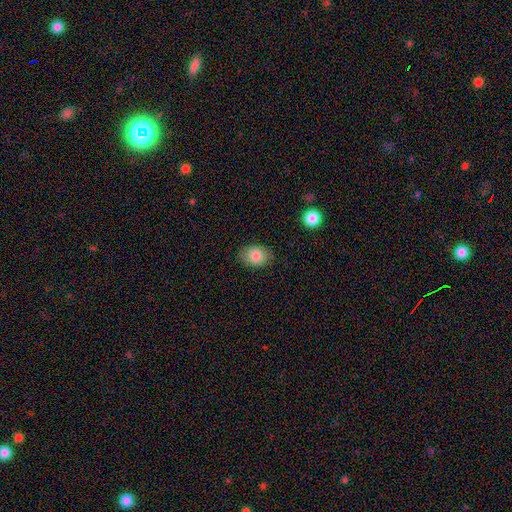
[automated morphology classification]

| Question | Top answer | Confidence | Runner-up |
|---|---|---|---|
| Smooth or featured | smooth | 85% | featured or disk (8%) |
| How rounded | in between | 75% | round (24%) |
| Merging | none | 84% | minor disturbance (12%) |